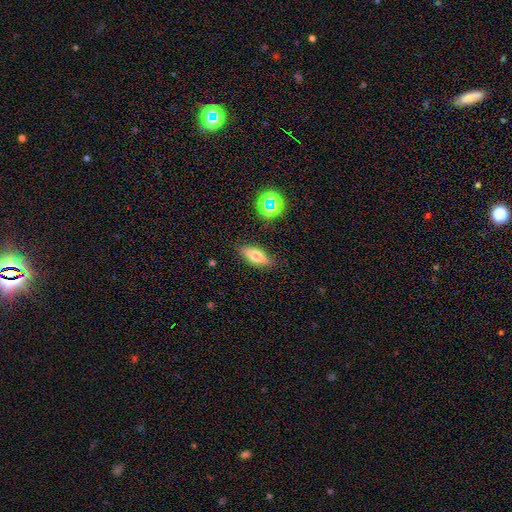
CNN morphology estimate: A smooth galaxy with no disk features (52%) that is in between round and cigar-shaped (57%).

Vote fractions:
- Smooth or featured? smooth: 52% / featured or disk: 38% / star or artifact: 11%
- How rounded? in between: 57% / cigar-shaped: 40% / round: 4%
- Merging? none: 85% / minor disturbance: 11% / major disturbance: 3% / merger: 2%